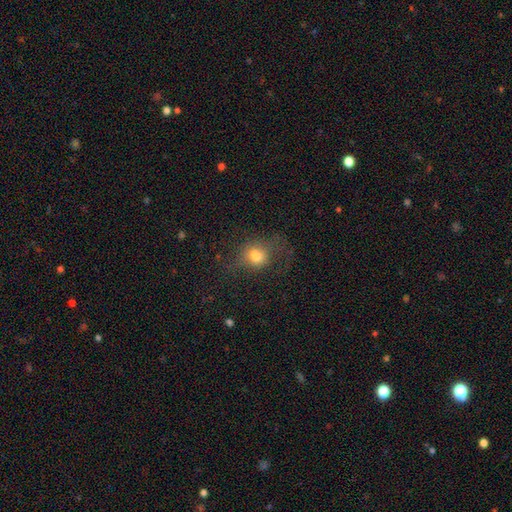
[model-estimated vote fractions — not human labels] The model was most divided on "how rounded": round: 64%, in between: 34%, cigar-shaped: 2%. More confident: smooth or featured — smooth (69%); merging — none (54%).